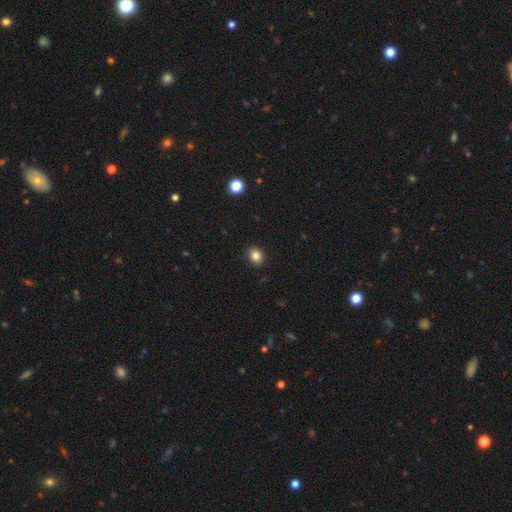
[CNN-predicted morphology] Smooth or featured? Predicted: smooth (p=0.84). How rounded? Predicted: in between (p=0.54). Merging? Predicted: none (p=0.90).